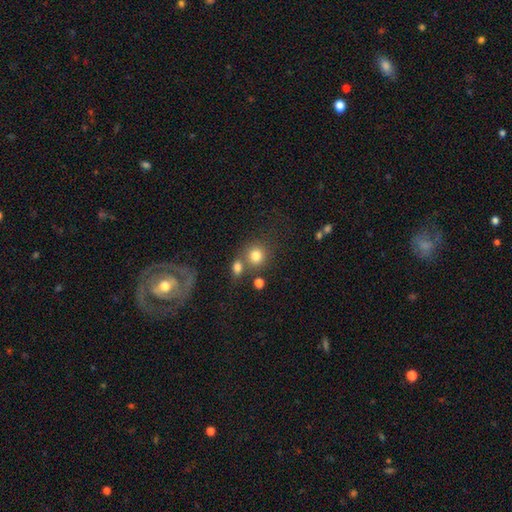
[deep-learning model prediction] smooth 79%, star or artifact 11%, featured or disk 9%. Down the decision tree: how rounded — round (84%); merging — none (56%).